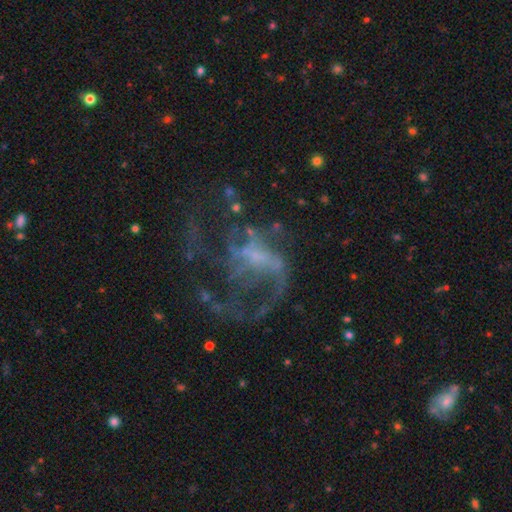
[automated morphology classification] Smooth or featured?
  - featured or disk: 72% *
  - star or artifact: 15%
  - smooth: 12%
Edge-on disk?
  - no: 97% *
  - yes: 3%
Bar?
  - no: 57% *
  - weak: 32%
  - strong: 12%
Spiral arms?
  - yes: 64% *
  - no: 36%
Bulge size?
  - none: 47% *
  - small: 30%
  - moderate: 17%
  - large: 4%
  - dominant: 2%
Merging?
  - major disturbance: 47% *
  - none: 34%
  - minor disturbance: 13%
  - merger: 6%